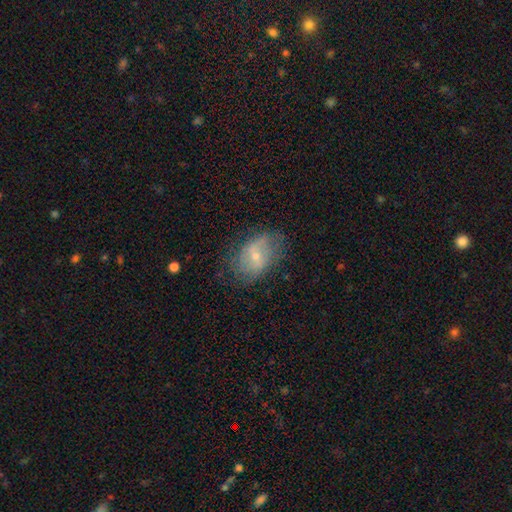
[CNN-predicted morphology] A featured or disk galaxy (53%).

Vote fractions:
- Smooth or featured? featured or disk: 53% / smooth: 38% / star or artifact: 9%
- Edge-on disk? no: 94% / yes: 6%
- Merging? none: 63% / minor disturbance: 24% / major disturbance: 11% / merger: 1%